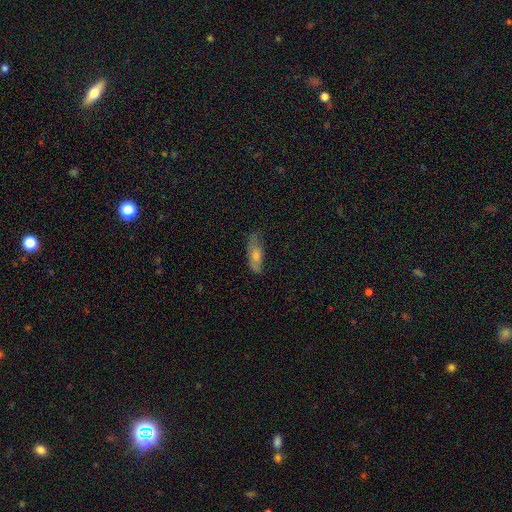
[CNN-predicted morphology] This appears to be a smooth galaxy with no disk features (55%) that is in between round and cigar-shaped (55%). Merging: none (68%).